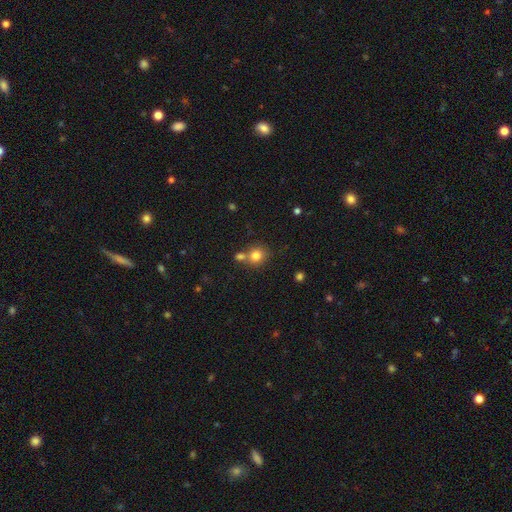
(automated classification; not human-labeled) smooth 80%, star or artifact 12%, featured or disk 8%. Down the decision tree: how rounded — round (84%); merging — none (59%).